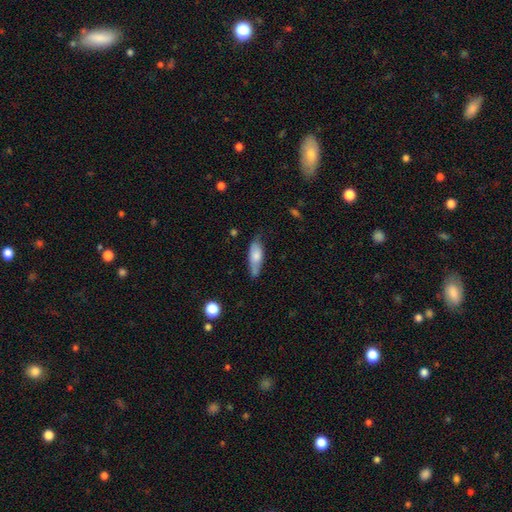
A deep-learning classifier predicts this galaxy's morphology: smooth_or_featured: smooth (p=0.70) [alt: featured or disk p=0.24]
how_rounded: in between (p=0.64) [alt: cigar-shaped p=0.34]
merging: none (p=0.58) [alt: minor disturbance p=0.31]